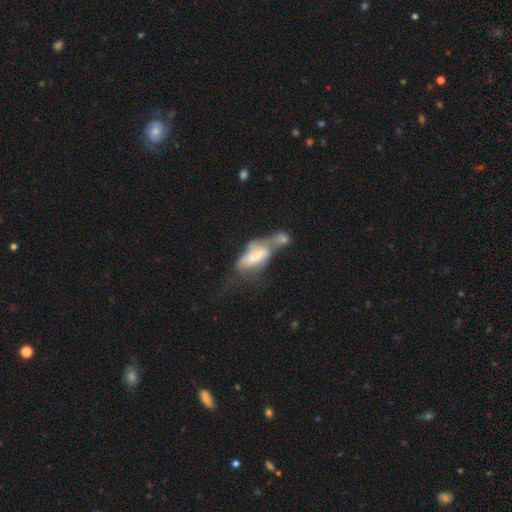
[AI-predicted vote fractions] Smooth or featured?
  - smooth: 49% *
  - featured or disk: 43%
  - star or artifact: 8%
Merging?
  - merger: 61% *
  - major disturbance: 20%
  - none: 10%
  - minor disturbance: 9%